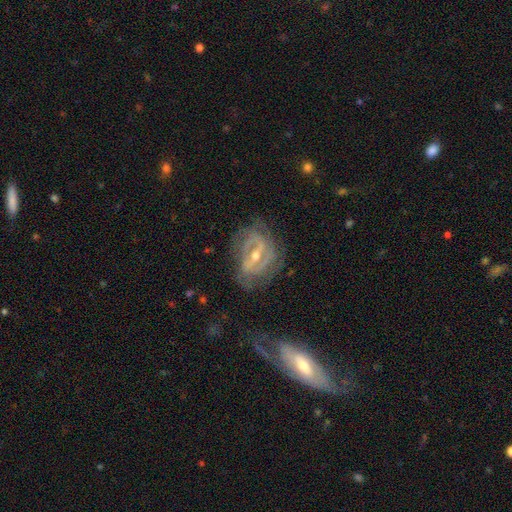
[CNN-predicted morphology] Smooth or featured? featured or disk (85%)
Edge-on disk? no (94%)
Bar? strong (55%)
Spiral arms? yes (85%)
Spiral winding? tight (51%)
Spiral arm count? 2 (39%)
Bulge size? moderate (50%)
Merging? none (61%)